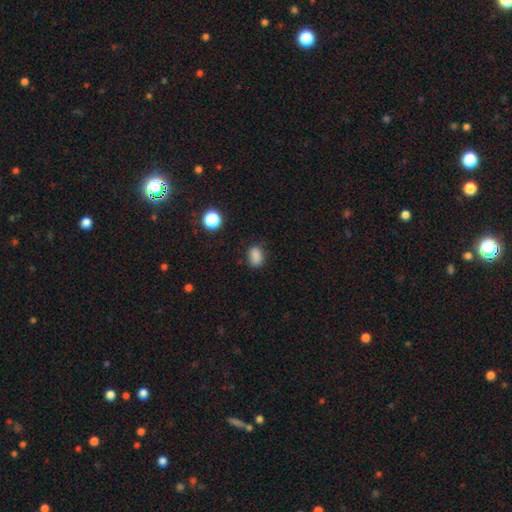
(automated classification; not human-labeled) Smooth or featured? smooth (84%)
How rounded? in between (79%)
Merging? none (79%)